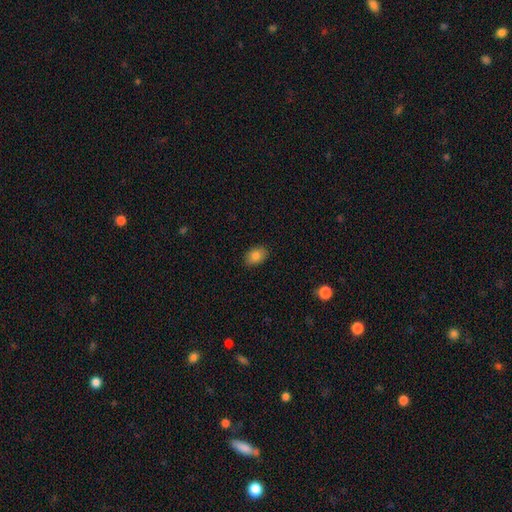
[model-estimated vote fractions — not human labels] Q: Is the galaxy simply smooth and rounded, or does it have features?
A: smooth — 83%.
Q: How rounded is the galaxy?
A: in between — 80%.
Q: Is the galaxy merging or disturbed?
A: none — 88%.